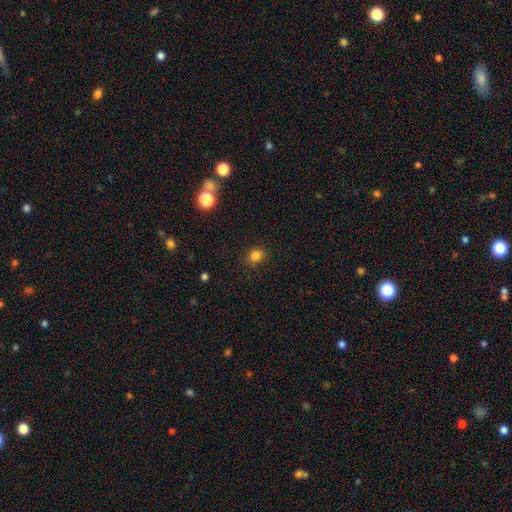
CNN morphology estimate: type=smooth (82%); roundness=round (65%); merging=none (84%).